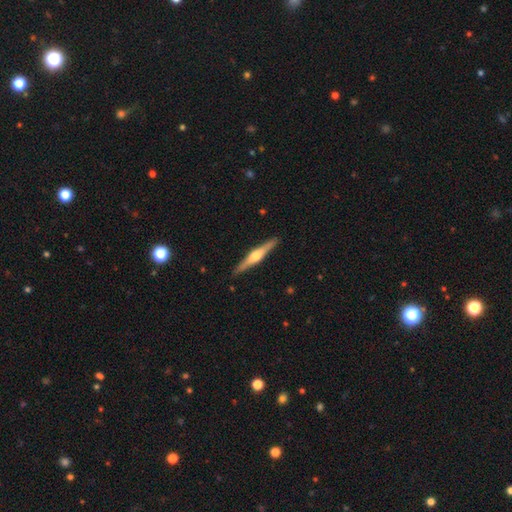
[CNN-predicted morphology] Q: Smooth or featured?
A: featured or disk (72%); runner-up: smooth (23%)
Q: Edge-on disk?
A: yes (98%); runner-up: no (2%)
Q: Edge-on bulge?
A: rounded (92%); runner-up: boxy (5%)
Q: Merging?
A: none (90%); runner-up: minor disturbance (7%)